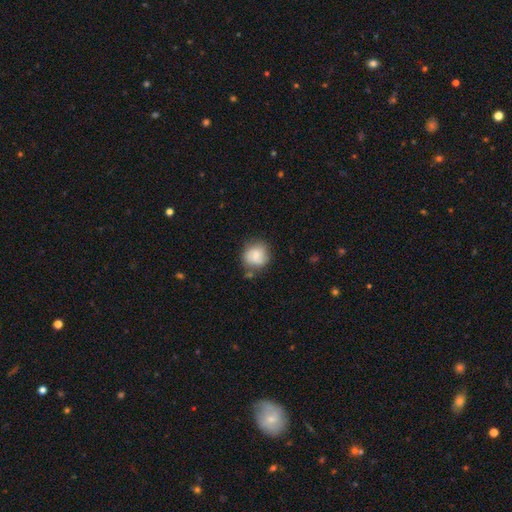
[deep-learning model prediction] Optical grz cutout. It shows a smooth galaxy with no disk features (67%) that is round (84%). Merging: none (65%).